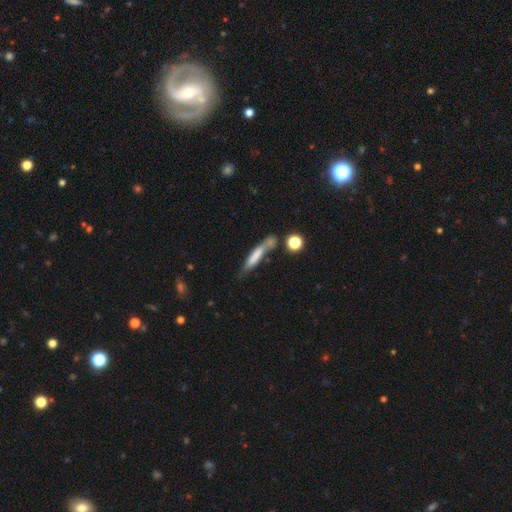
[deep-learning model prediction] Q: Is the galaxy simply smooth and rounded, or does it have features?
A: smooth — 60%.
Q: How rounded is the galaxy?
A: cigar-shaped — 87%.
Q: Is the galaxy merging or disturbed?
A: none — 46%.